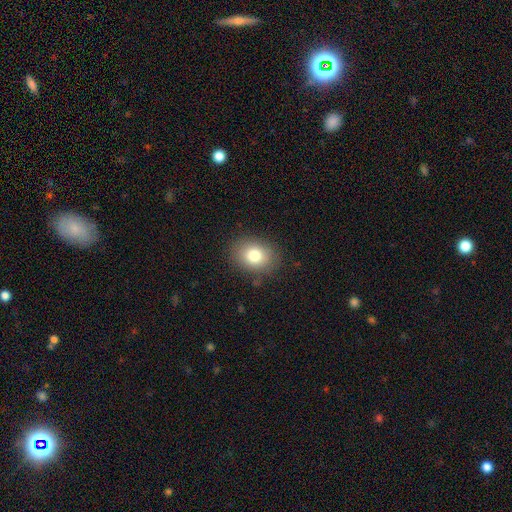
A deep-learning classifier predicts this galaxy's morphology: The model was most divided on "how rounded": in between: 53%, round: 46%, cigar-shaped: 1%. More confident: merging — none (89%); smooth or featured — smooth (79%).